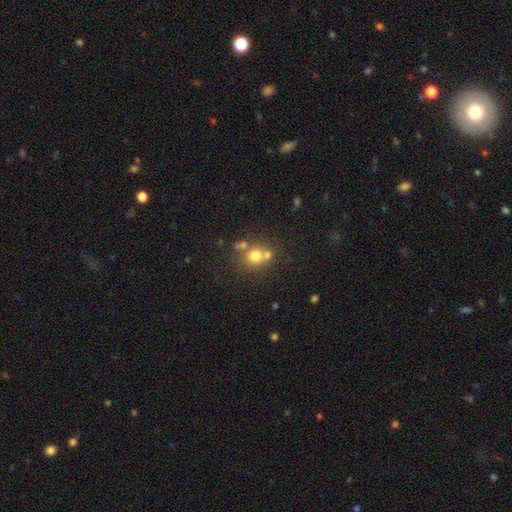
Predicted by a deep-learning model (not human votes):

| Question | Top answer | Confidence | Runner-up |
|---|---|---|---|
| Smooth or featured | smooth | 71% | star or artifact (15%) |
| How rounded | round | 84% | in between (15%) |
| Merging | none | 52% | merger (36%) |